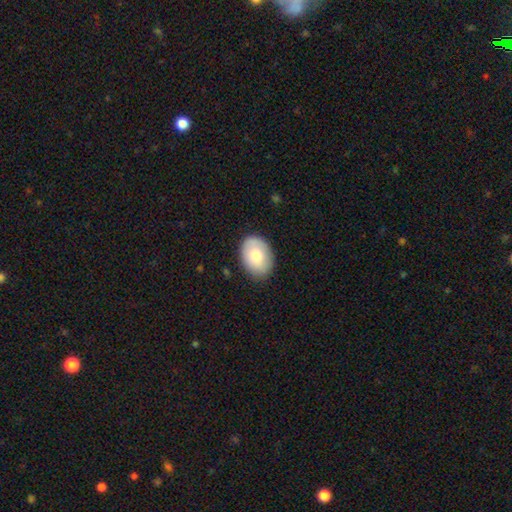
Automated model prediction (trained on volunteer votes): Smooth or featured?
  - smooth: 78% *
  - featured or disk: 16%
  - star or artifact: 6%
How rounded?
  - in between: 77% *
  - round: 22%
  - cigar-shaped: 1%
Merging?
  - none: 82% *
  - minor disturbance: 14%
  - major disturbance: 3%
  - merger: 1%